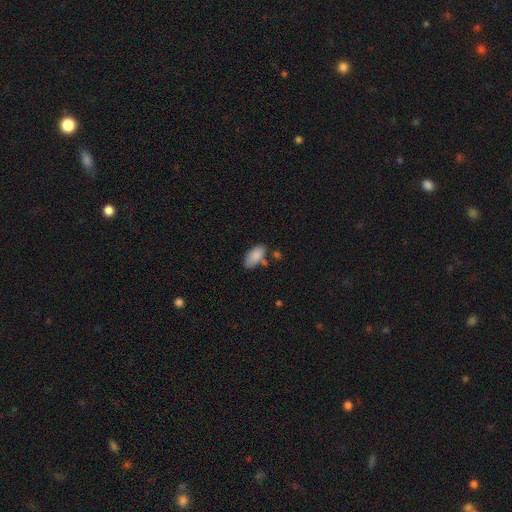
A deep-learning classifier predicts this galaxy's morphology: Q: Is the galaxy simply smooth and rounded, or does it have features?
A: smooth — 86%.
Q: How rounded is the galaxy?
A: in between — 92%.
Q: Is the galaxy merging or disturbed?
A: none — 61%.